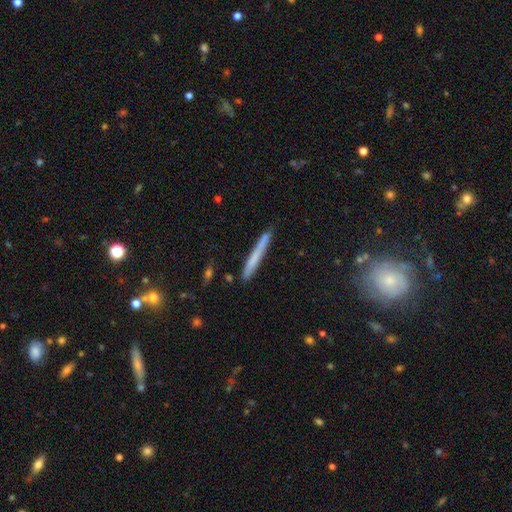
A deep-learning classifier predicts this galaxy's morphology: This is likely a smooth galaxy (62%). How rounded: clearly cigar-shaped (97%). Merging: clearly none (85%).